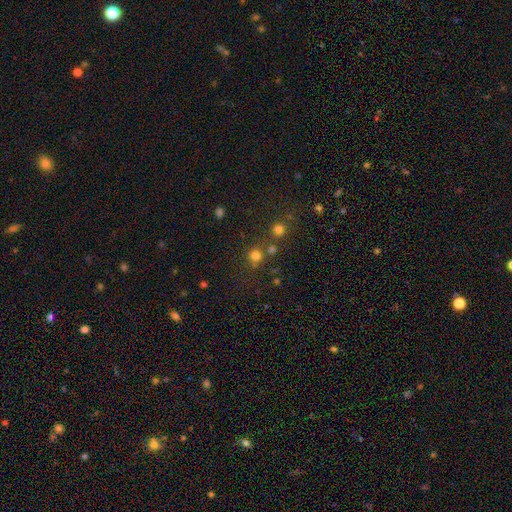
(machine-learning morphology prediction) Q: Smooth or featured?
A: smooth (74%); runner-up: star or artifact (20%)
Q: How rounded?
A: round (91%); runner-up: in between (8%)
Q: Merging?
A: none (72%); runner-up: merger (17%)